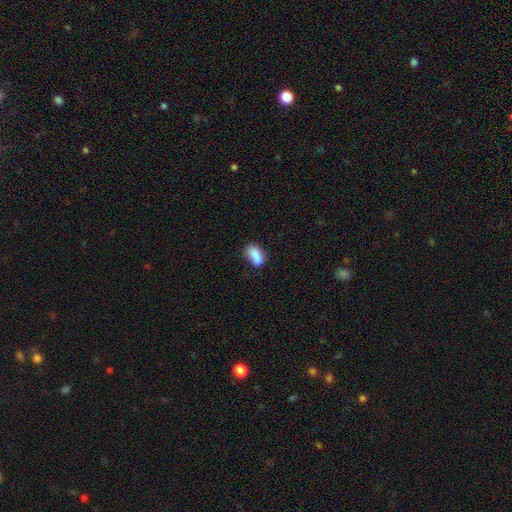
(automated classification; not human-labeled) This is clearly a smooth galaxy (85%). How rounded: clearly in between (86%). Merging: likely none (62%).